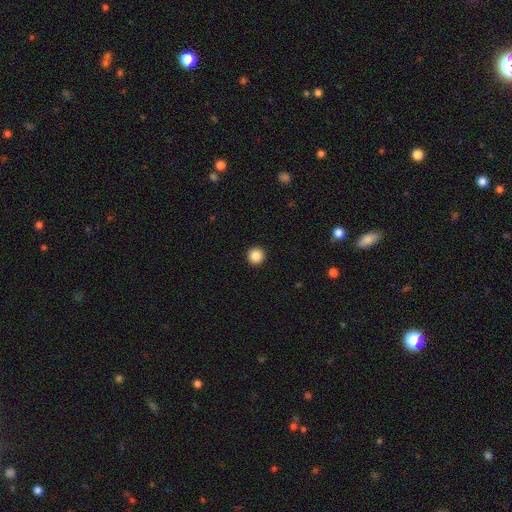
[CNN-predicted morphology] A smooth galaxy with no disk features (86%) that is round (96%).

Vote fractions:
- Smooth or featured? smooth: 86% / star or artifact: 10% / featured or disk: 3%
- How rounded? round: 96% / in between: 3% / cigar-shaped: 1%
- Merging? none: 94% / minor disturbance: 4% / major disturbance: 1% / merger: 1%